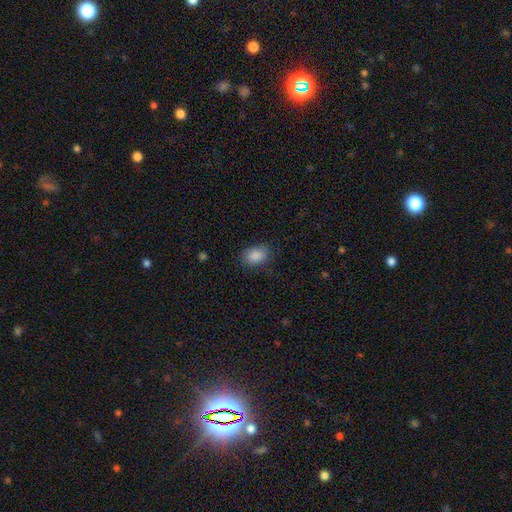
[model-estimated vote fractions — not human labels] Morphology: type=smooth (88%); roundness=in between (79%); merging=none (82%).